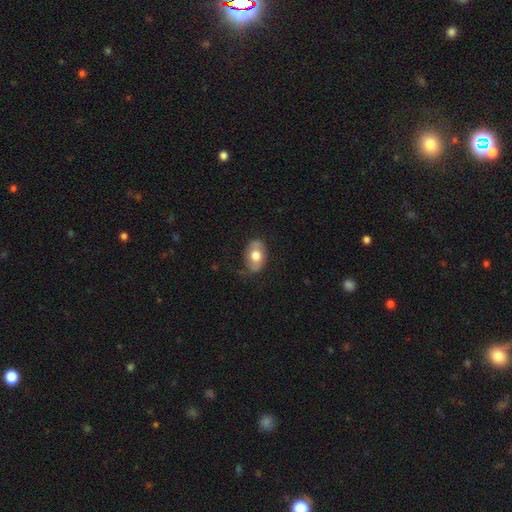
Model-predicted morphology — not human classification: Smooth or featured? smooth (64%)
How rounded? in between (85%)
Merging? none (69%)